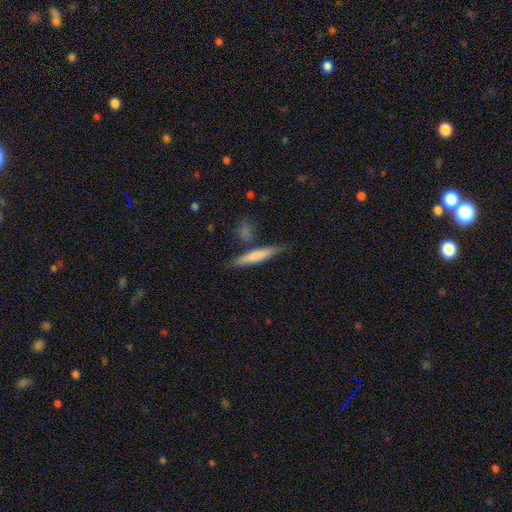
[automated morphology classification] Smooth or featured?
  - smooth: 68% *
  - featured or disk: 26%
  - star or artifact: 6%
How rounded?
  - cigar-shaped: 89% *
  - in between: 9%
  - round: 2%
Merging?
  - none: 78% *
  - minor disturbance: 12%
  - merger: 7%
  - major disturbance: 3%